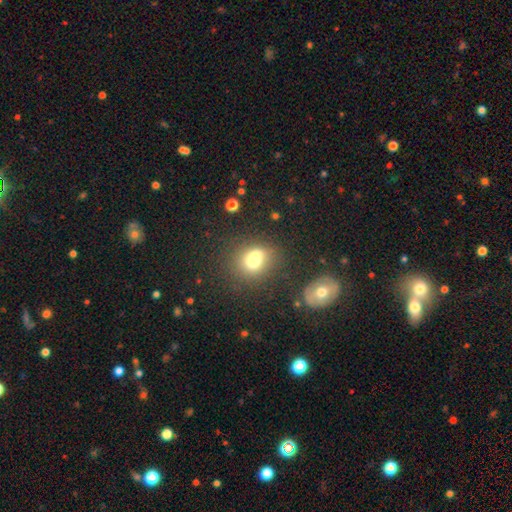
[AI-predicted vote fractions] Q: Smooth or featured?
A: smooth (67%); runner-up: featured or disk (19%)
Q: How rounded?
A: round (63%); runner-up: in between (36%)
Q: Merging?
A: none (41%); runner-up: merger (40%)